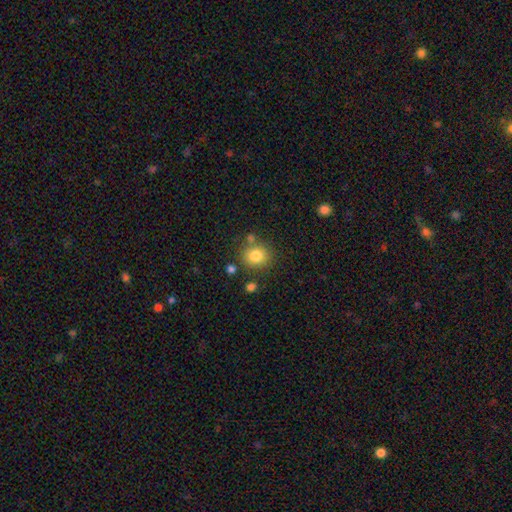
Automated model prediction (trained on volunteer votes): The model was most divided on "how rounded": round: 76%, in between: 23%, cigar-shaped: 1%. More confident: smooth or featured — smooth (82%); merging — none (76%).